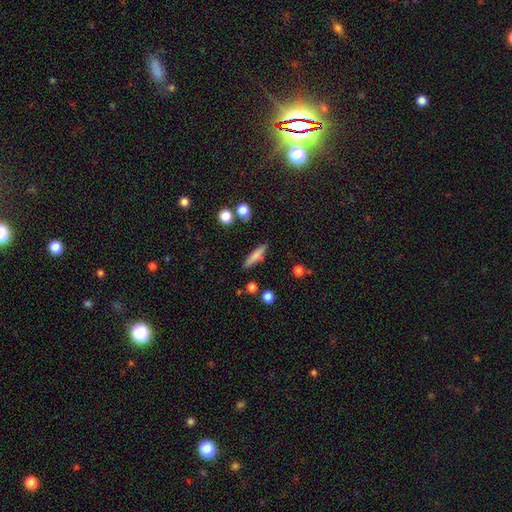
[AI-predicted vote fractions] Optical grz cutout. It shows a smooth galaxy with no disk features (65%) that is cigar-shaped (77%). Merging: none (82%).